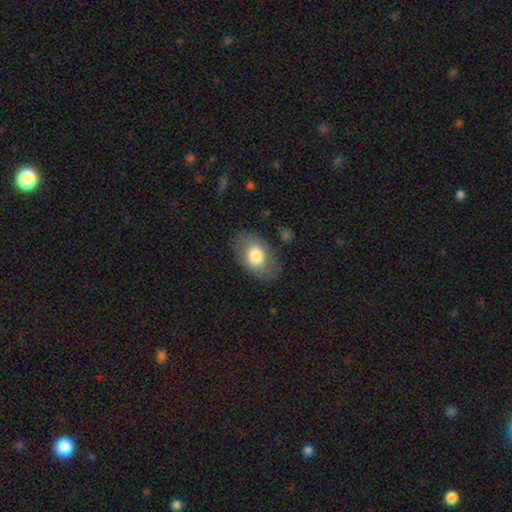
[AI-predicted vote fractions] Smooth or featured?
  - smooth: 75% *
  - featured or disk: 18%
  - star or artifact: 7%
How rounded?
  - in between: 88% *
  - round: 11%
  - cigar-shaped: 1%
Merging?
  - none: 75% *
  - minor disturbance: 17%
  - major disturbance: 7%
  - merger: 2%